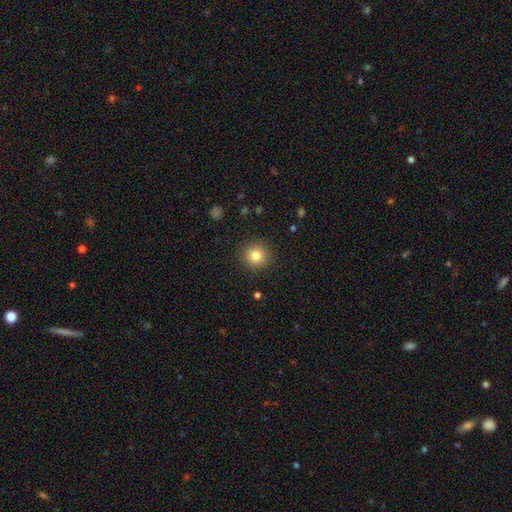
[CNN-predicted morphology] Q: Smooth or featured?
A: smooth (82%); runner-up: star or artifact (12%)
Q: How rounded?
A: round (94%); runner-up: in between (6%)
Q: Merging?
A: none (91%); runner-up: minor disturbance (6%)